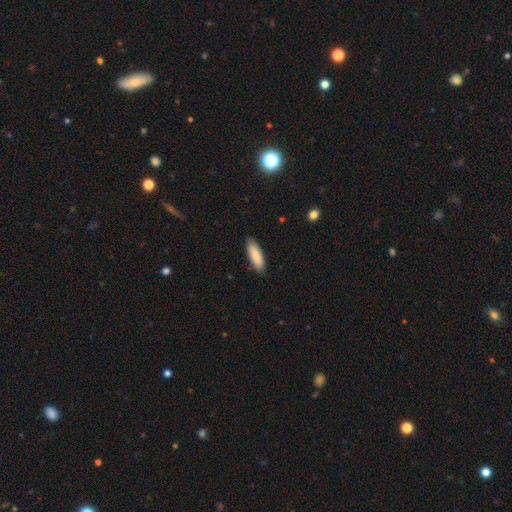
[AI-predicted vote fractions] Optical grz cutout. It shows a smooth galaxy with no disk features (88%) that is in between round and cigar-shaped (52%). Merging: none (88%).